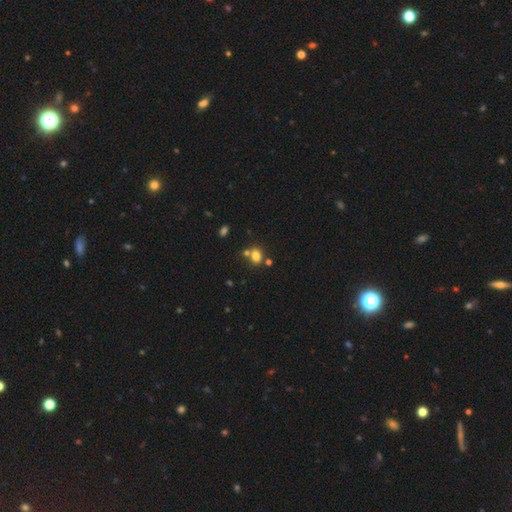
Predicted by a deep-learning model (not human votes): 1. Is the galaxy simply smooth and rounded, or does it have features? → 78% smooth, 14% star or artifact, 8% featured or disk.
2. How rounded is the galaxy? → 53% in between, 46% round, 1% cigar-shaped.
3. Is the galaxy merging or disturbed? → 57% none, 26% merger, 12% minor disturbance, 4% major disturbance.